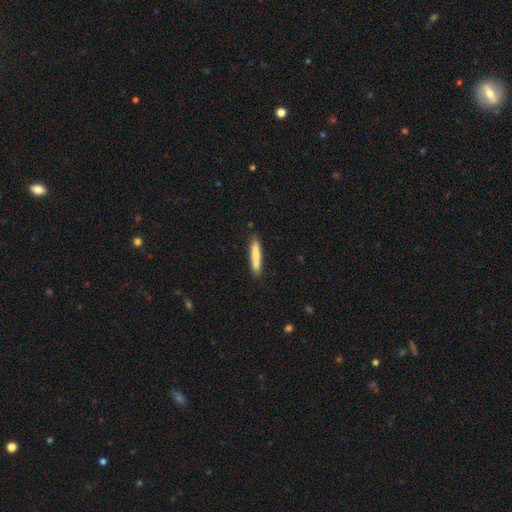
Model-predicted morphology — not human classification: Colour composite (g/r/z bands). It shows a smooth galaxy with no disk features (79%) that is cigar-shaped (93%). Merging: none (86%).